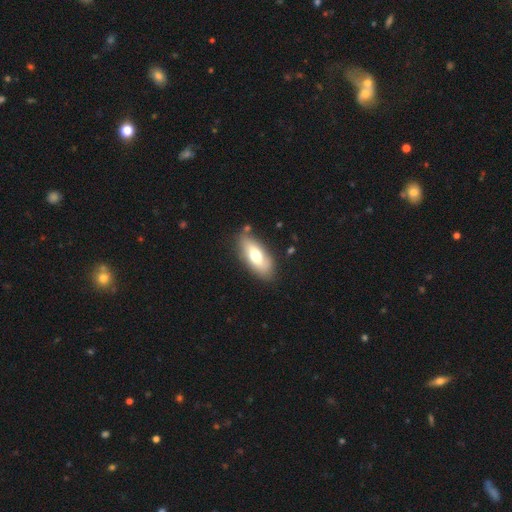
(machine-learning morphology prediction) A smooth galaxy with no disk features (64%) that is in between round and cigar-shaped (80%). Merging: none (78%).